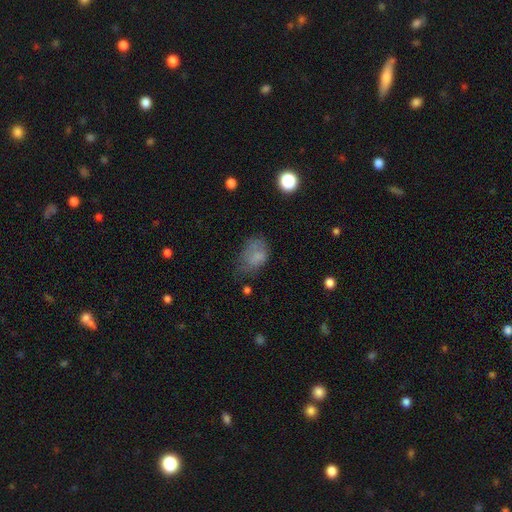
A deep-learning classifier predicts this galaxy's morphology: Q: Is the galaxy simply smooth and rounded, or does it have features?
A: smooth — 70%.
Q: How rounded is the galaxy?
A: in between — 80%.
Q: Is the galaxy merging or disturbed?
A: none — 35%.